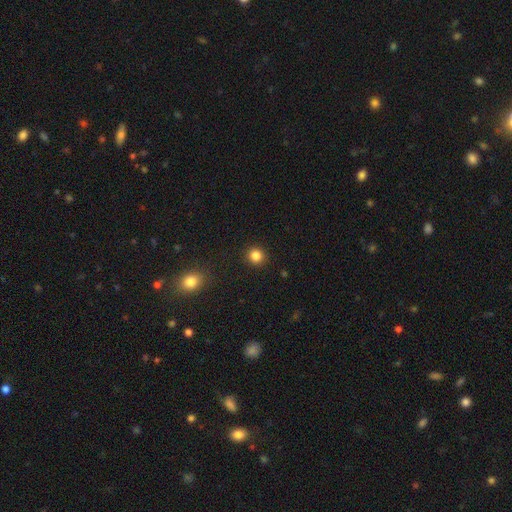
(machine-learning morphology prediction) This appears to be a smooth galaxy with no disk features (84%) that is round (91%). Merging: none (92%).